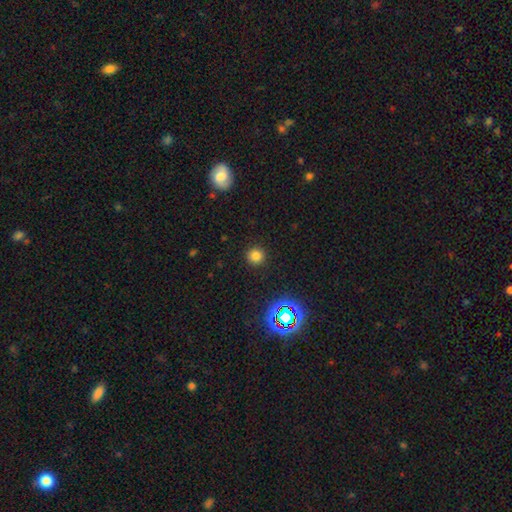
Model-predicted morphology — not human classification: This is likely a smooth galaxy (77%). How rounded: clearly round (94%). Merging: clearly none (91%).